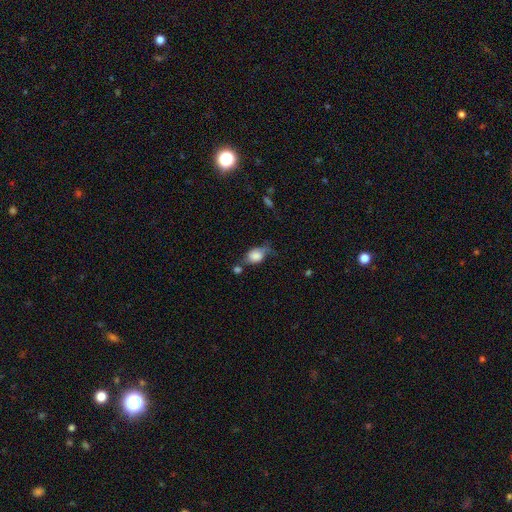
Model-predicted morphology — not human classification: smooth 74%, featured or disk 17%, star or artifact 9%. Down the decision tree: how rounded — in between (75%); merging — none (33%).